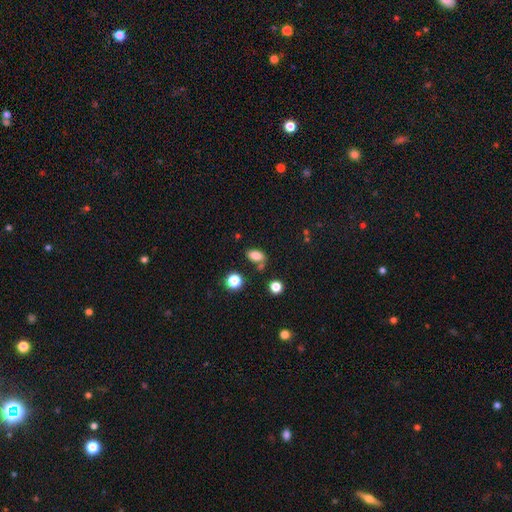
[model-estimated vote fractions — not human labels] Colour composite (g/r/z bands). It shows a smooth galaxy with no disk features (80%) that is in between round and cigar-shaped (86%). Merging: none (63%).